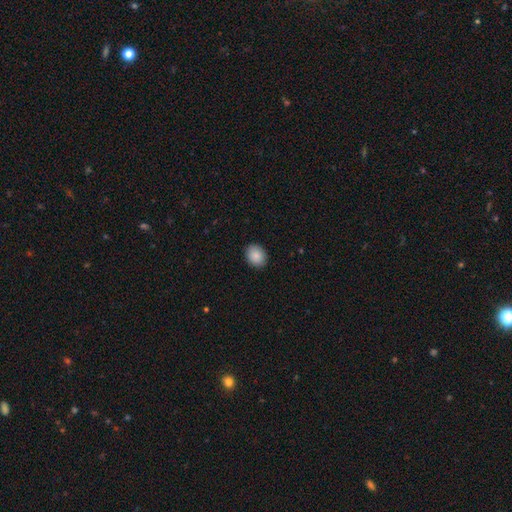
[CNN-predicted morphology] Smooth or featured: smooth — 88% (star or artifact — 8%)
How rounded: in between — 50% (round — 49%)
Merging: none — 89% (minor disturbance — 8%)